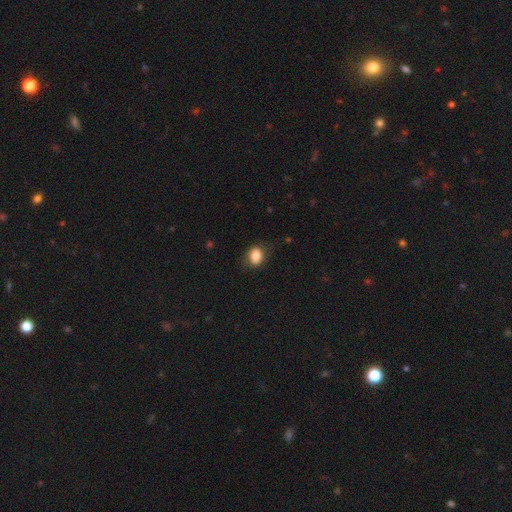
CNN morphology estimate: type=smooth (82%); roundness=in between (68%); merging=none (72%).